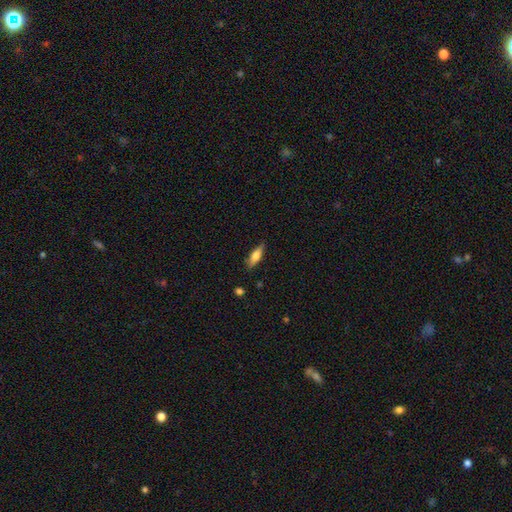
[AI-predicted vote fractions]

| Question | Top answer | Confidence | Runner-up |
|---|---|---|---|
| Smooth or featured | smooth | 63% | featured or disk (30%) |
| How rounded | in between | 51% | cigar-shaped (47%) |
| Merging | none | 82% | minor disturbance (13%) |